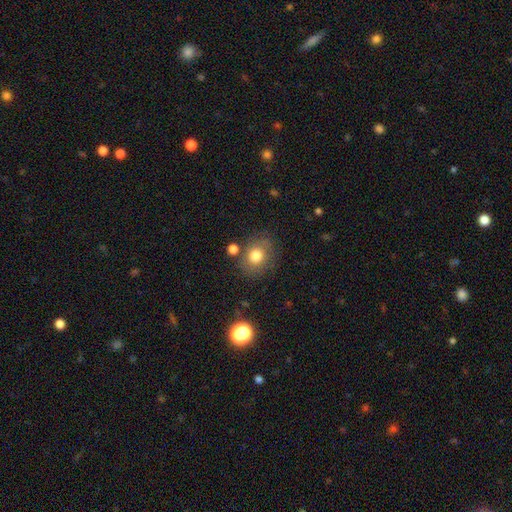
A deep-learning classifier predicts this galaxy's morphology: type=smooth (75%); roundness=round (63%); merging=none (75%).